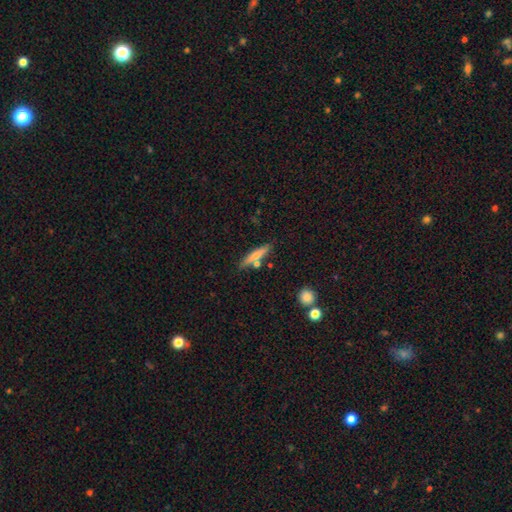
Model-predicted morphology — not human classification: Overall: smooth (54%; featured or disk 39%). How rounded: cigar-shaped (85%). Merging: none (75%).